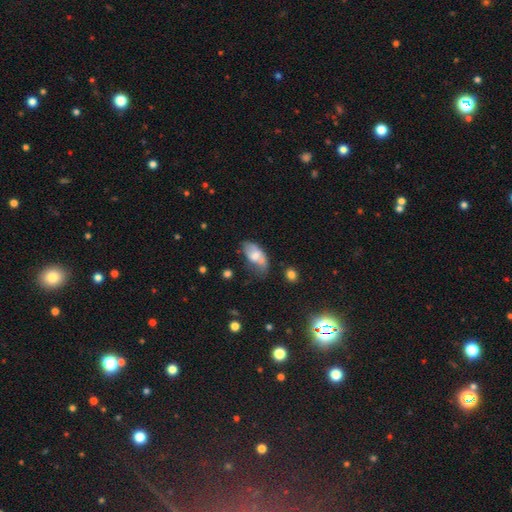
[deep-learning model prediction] Smooth or featured? smooth (59%)
How rounded? in between (91%)
Merging? minor disturbance (34%)